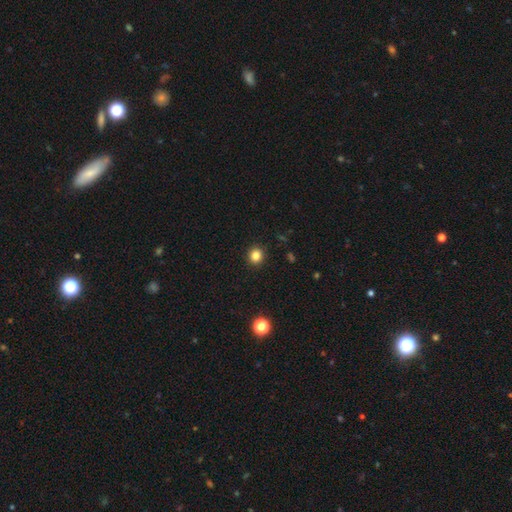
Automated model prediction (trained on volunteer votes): Overall: smooth (83%). How rounded: round (87%). Merging: none (92%).